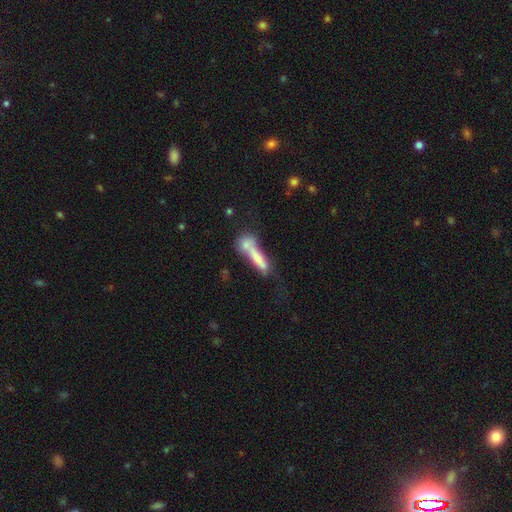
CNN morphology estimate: Q: Smooth or featured?
A: smooth (63%); runner-up: featured or disk (28%)
Q: How rounded?
A: cigar-shaped (82%); runner-up: in between (16%)
Q: Merging?
A: merger (42%); runner-up: none (30%)